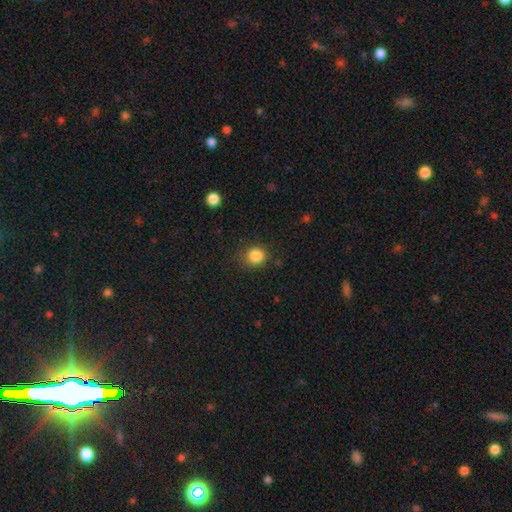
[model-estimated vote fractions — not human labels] Q: Smooth or featured?
A: smooth (85%); runner-up: star or artifact (11%)
Q: How rounded?
A: round (83%); runner-up: in between (16%)
Q: Merging?
A: none (81%); runner-up: minor disturbance (13%)